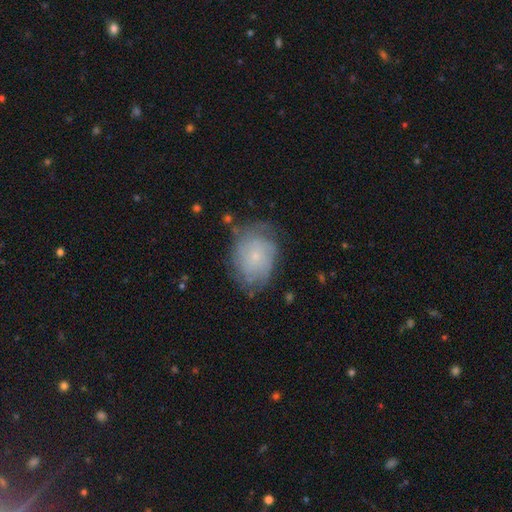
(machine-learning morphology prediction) featured or disk 58%, smooth 33%, star or artifact 9%. Down the decision tree: edge-on disk — no (97%); bar — no (85%); spiral arms — yes (79%); bulge size — small (84%); merging — none (62%).